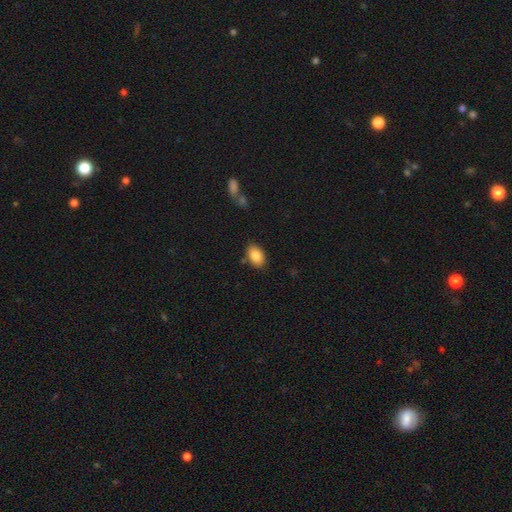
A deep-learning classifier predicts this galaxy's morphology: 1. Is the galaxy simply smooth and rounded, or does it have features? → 86% smooth, 7% star or artifact, 6% featured or disk.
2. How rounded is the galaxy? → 89% in between, 9% round, 1% cigar-shaped.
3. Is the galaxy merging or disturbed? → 83% none, 11% minor disturbance, 3% merger, 3% major disturbance.